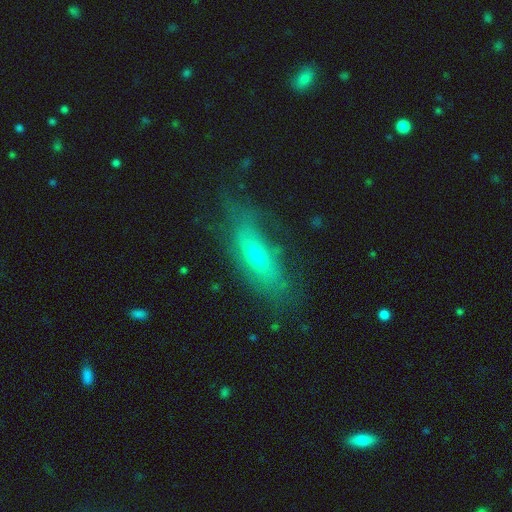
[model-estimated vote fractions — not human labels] This appears to be a featured or disk galaxy (48%). Merging: none (68%).